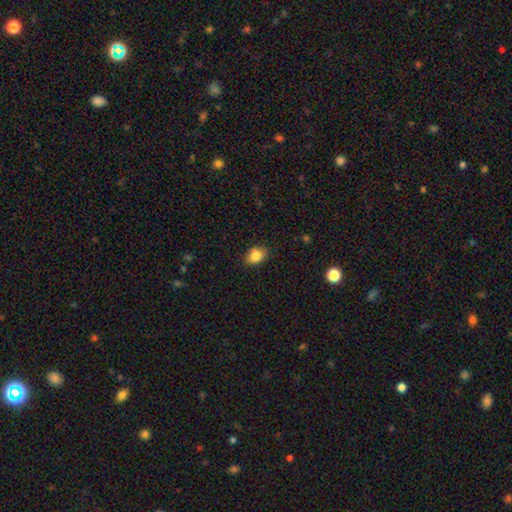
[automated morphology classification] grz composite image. It shows a smooth galaxy with no disk features (84%) that is in between round and cigar-shaped (67%). Merging: none (82%).